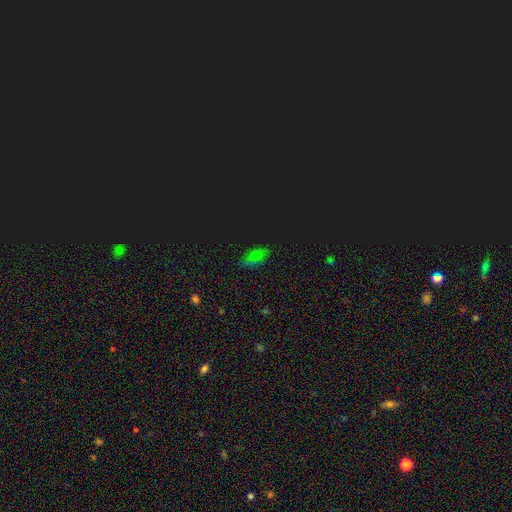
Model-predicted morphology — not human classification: This is marginally a star or artifact rather than a galaxy (45%).